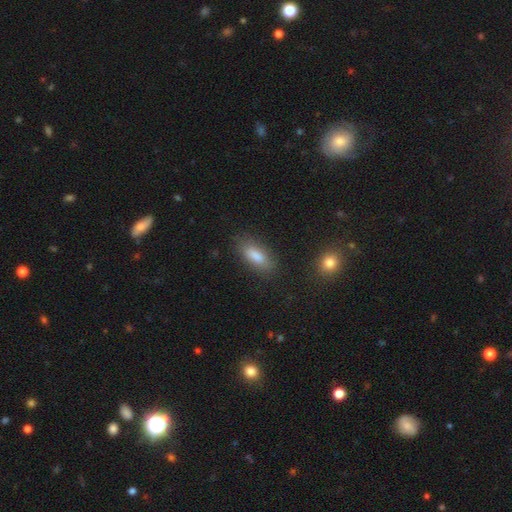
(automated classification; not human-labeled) Smooth or featured?
  - smooth: 82% *
  - featured or disk: 10%
  - star or artifact: 8%
How rounded?
  - in between: 75% *
  - cigar-shaped: 23%
  - round: 3%
Merging?
  - none: 80% *
  - minor disturbance: 14%
  - major disturbance: 4%
  - merger: 2%